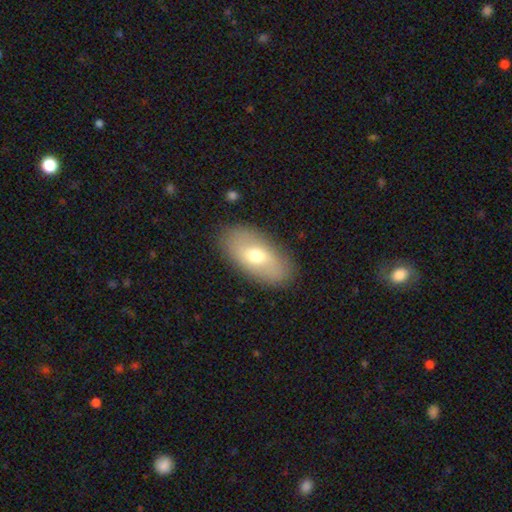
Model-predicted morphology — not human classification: This is possibly a smooth galaxy (59%). How rounded: clearly in between (91%). Merging: clearly none (86%).